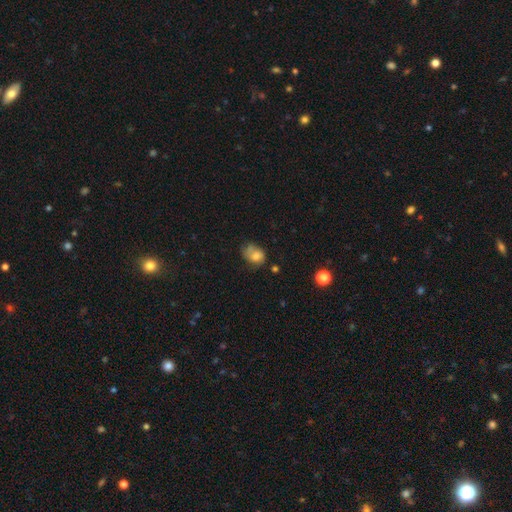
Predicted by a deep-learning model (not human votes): Smooth or featured?
  - smooth: 68% *
  - featured or disk: 21%
  - star or artifact: 11%
How rounded?
  - in between: 60% *
  - round: 39%
  - cigar-shaped: 1%
Merging?
  - none: 36% *
  - minor disturbance: 34%
  - major disturbance: 20%
  - merger: 10%